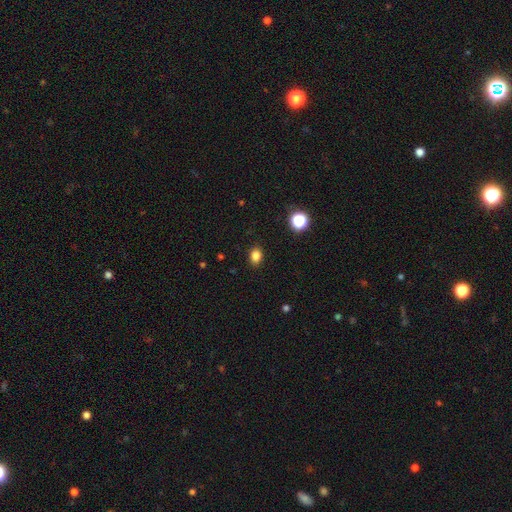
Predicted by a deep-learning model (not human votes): A smooth galaxy with no disk features (83%) that is in between round and cigar-shaped (62%).

Vote fractions:
- Smooth or featured? smooth: 83% / star or artifact: 12% / featured or disk: 4%
- How rounded? in between: 62% / round: 37% / cigar-shaped: 1%
- Merging? none: 89% / minor disturbance: 8% / major disturbance: 2% / merger: 1%